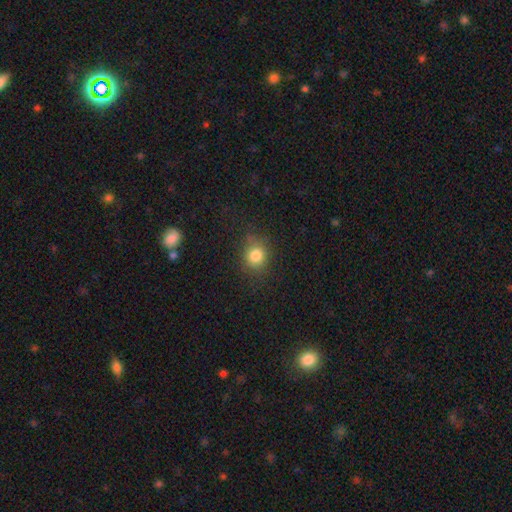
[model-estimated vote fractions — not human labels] Smooth or featured?
  - smooth: 81% *
  - star or artifact: 13%
  - featured or disk: 6%
How rounded?
  - round: 77% *
  - in between: 22%
  - cigar-shaped: 1%
Merging?
  - none: 79% *
  - minor disturbance: 15%
  - major disturbance: 5%
  - merger: 2%